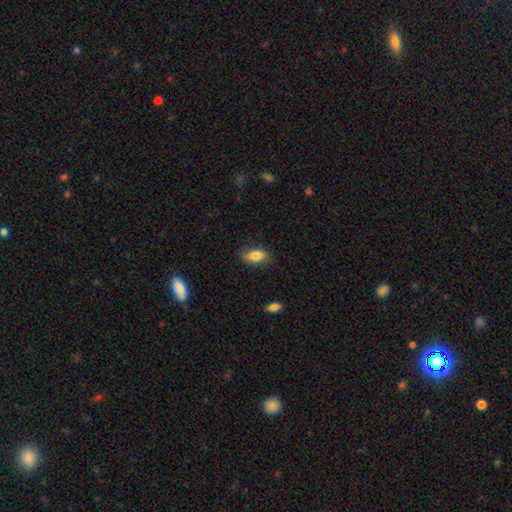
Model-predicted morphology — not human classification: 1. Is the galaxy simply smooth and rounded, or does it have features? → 79% smooth, 13% featured or disk, 7% star or artifact.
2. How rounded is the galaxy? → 88% in between, 7% cigar-shaped, 5% round.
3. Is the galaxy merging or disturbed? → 80% none, 15% minor disturbance, 3% major disturbance, 1% merger.